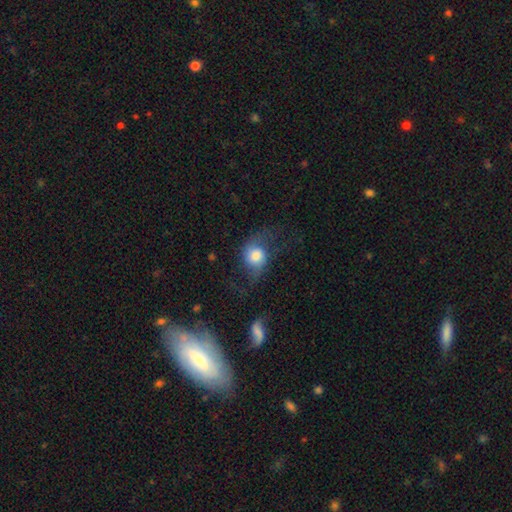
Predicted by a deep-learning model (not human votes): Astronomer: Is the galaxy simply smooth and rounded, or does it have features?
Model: smooth — 52% (runner-up: featured or disk, 38%).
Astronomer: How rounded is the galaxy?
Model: round — 59% (runner-up: in between, 40%).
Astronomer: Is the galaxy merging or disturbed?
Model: none — 45% (runner-up: major disturbance, 31%).